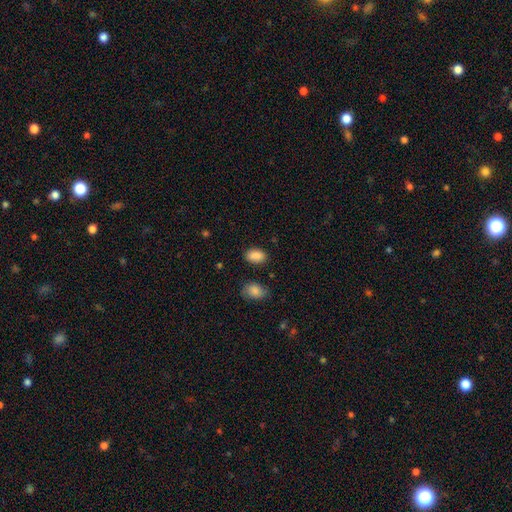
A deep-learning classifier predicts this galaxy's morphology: Overall: smooth (88%). How rounded: in between (90%). Merging: none (85%).